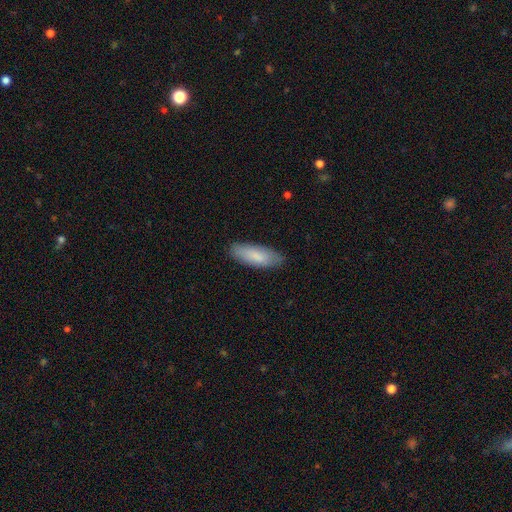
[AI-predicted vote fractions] Smooth or featured? Predicted: smooth (p=0.84). How rounded? Predicted: in between (p=0.64). Merging? Predicted: none (p=0.85).